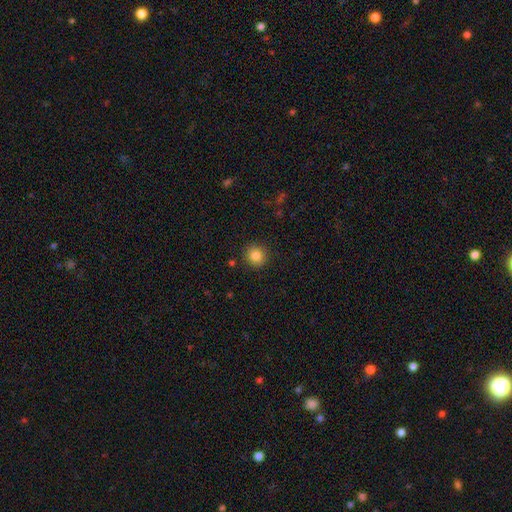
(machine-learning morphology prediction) smooth 84%, star or artifact 11%, featured or disk 6%. Down the decision tree: how rounded — round (92%); merging — none (89%).